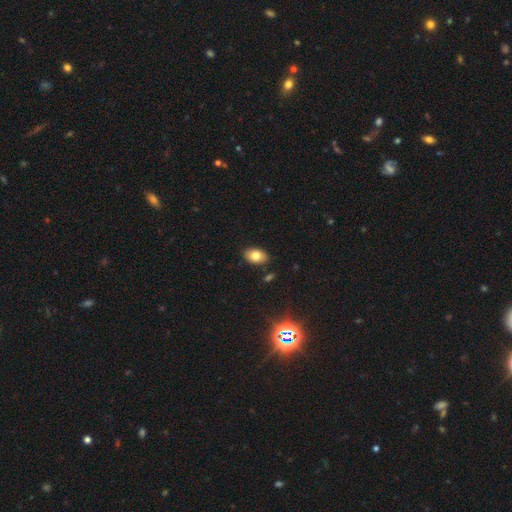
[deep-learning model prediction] Smooth or featured?
  - smooth: 79% *
  - featured or disk: 11%
  - star or artifact: 10%
How rounded?
  - in between: 88% *
  - round: 10%
  - cigar-shaped: 1%
Merging?
  - none: 86% *
  - minor disturbance: 10%
  - merger: 2%
  - major disturbance: 2%